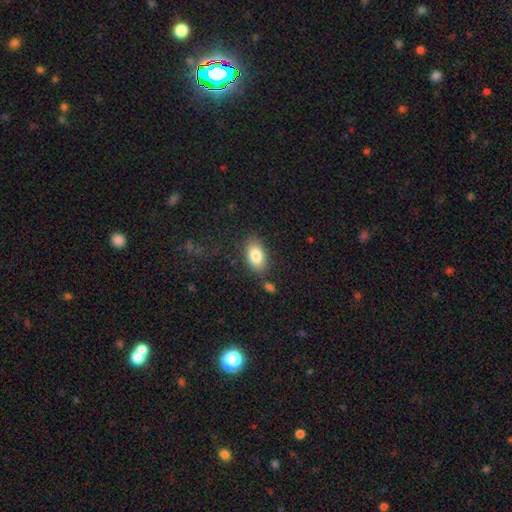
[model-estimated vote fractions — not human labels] Smooth or featured? smooth (83%)
How rounded? in between (90%)
Merging? none (80%)